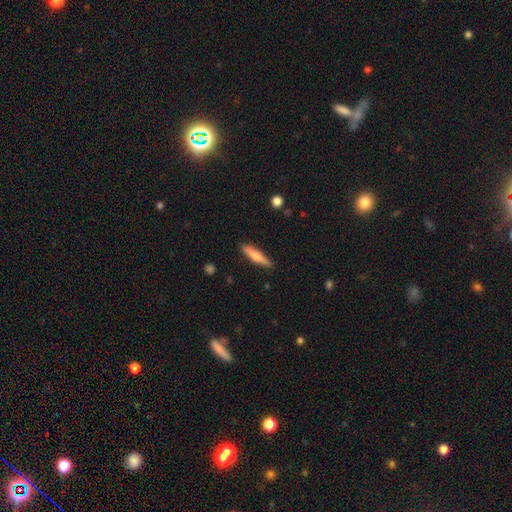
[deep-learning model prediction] A smooth galaxy with no disk features (58%) that is cigar-shaped (84%).

Vote fractions:
- Smooth or featured? smooth: 58% / featured or disk: 37% / star or artifact: 6%
- How rounded? cigar-shaped: 84% / in between: 14% / round: 2%
- Merging? none: 89% / minor disturbance: 8% / major disturbance: 2% / merger: 1%